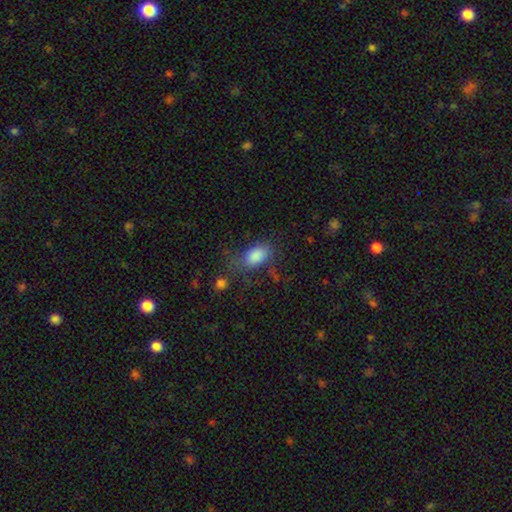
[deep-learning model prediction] Smooth or featured? smooth (85%)
How rounded? in between (89%)
Merging? none (58%)